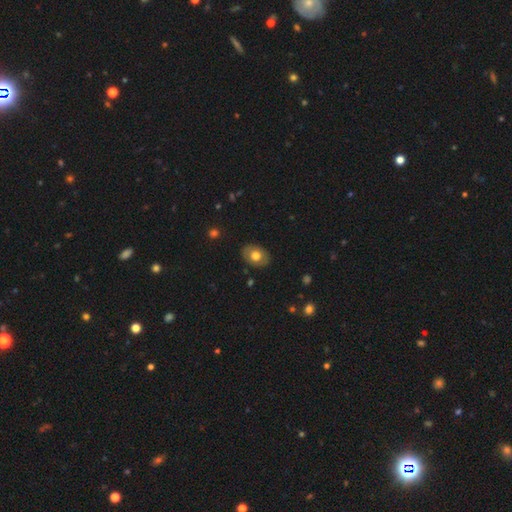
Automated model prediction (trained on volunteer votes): Smooth or featured? smooth (66%)
How rounded? in between (73%)
Merging? none (84%)